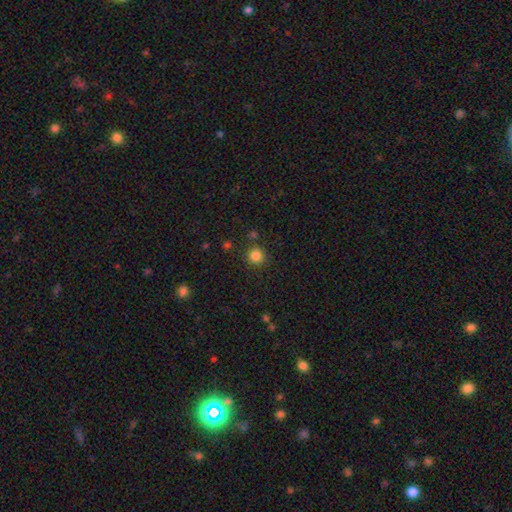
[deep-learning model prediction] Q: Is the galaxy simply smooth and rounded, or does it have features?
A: smooth — 84%.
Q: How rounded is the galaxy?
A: round — 93%.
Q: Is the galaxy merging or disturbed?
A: none — 87%.